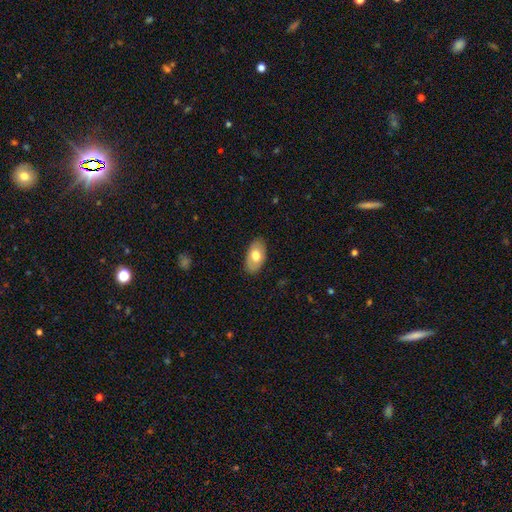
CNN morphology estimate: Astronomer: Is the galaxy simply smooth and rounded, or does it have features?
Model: smooth — 70%.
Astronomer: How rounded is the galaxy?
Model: in between — 93%.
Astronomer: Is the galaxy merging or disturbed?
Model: none — 86%.